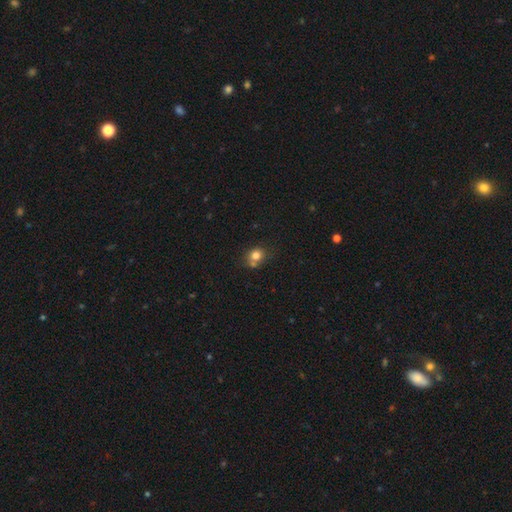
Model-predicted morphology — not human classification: Smooth or featured? smooth (78%)
How rounded? round (74%)
Merging? none (57%)